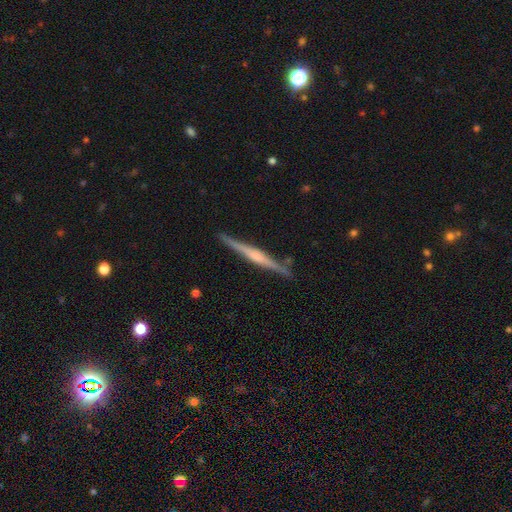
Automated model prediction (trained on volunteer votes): Smooth or featured? Predicted: featured or disk (p=0.75). Edge-on disk? Predicted: yes (p=0.98). Edge-on bulge? Predicted: rounded (p=0.58). Merging? Predicted: none (p=0.89).